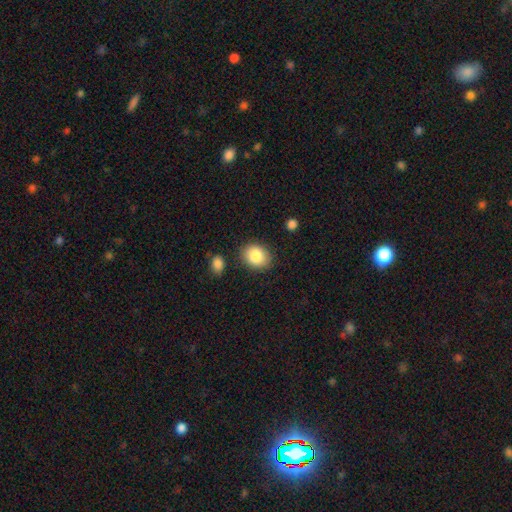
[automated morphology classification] Smooth or featured? Predicted: smooth (p=0.85). How rounded? Predicted: round (p=0.53). Merging? Predicted: none (p=0.84).